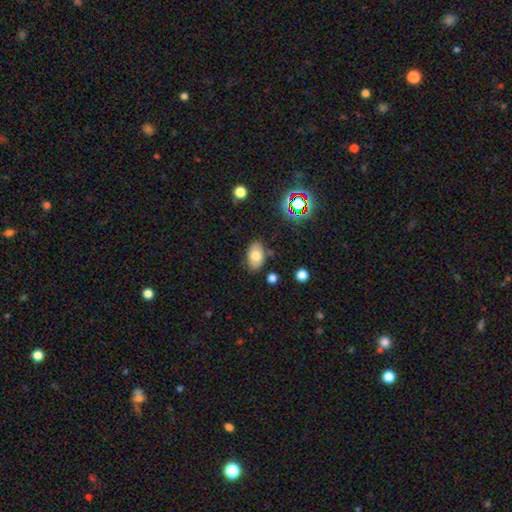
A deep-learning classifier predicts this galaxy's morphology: This appears to be a smooth galaxy with no disk features (74%) that is in between round and cigar-shaped (91%). Merging: none (81%).